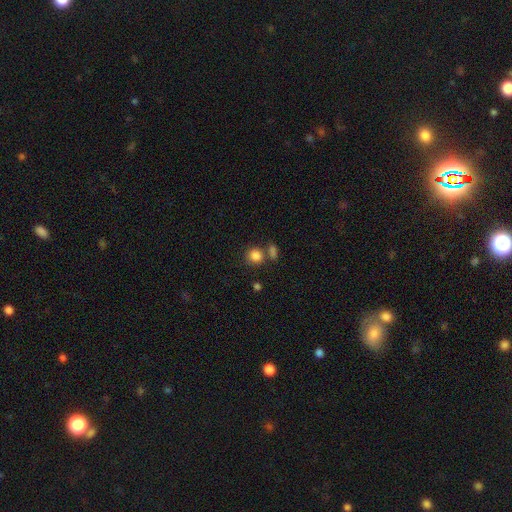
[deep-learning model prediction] Smooth or featured?
  - smooth: 84% *
  - star or artifact: 10%
  - featured or disk: 5%
How rounded?
  - round: 80% *
  - in between: 19%
  - cigar-shaped: 1%
Merging?
  - none: 62% *
  - merger: 23%
  - minor disturbance: 11%
  - major disturbance: 4%